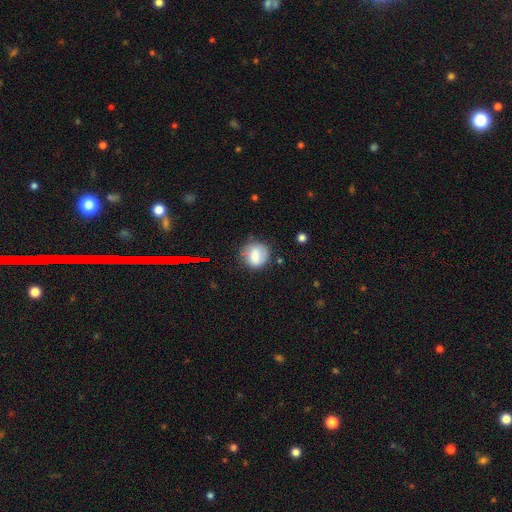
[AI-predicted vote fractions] This is likely a smooth galaxy (68%). How rounded: likely round (80%). Merging: likely none (66%).